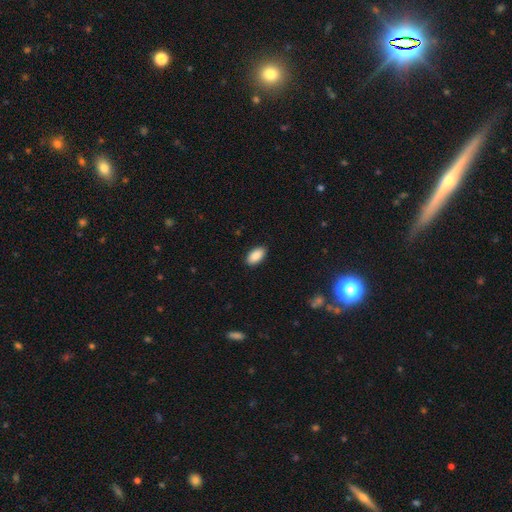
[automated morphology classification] Q: Smooth or featured?
A: smooth (89%); runner-up: star or artifact (7%)
Q: How rounded?
A: in between (94%); runner-up: cigar-shaped (3%)
Q: Merging?
A: none (89%); runner-up: minor disturbance (8%)